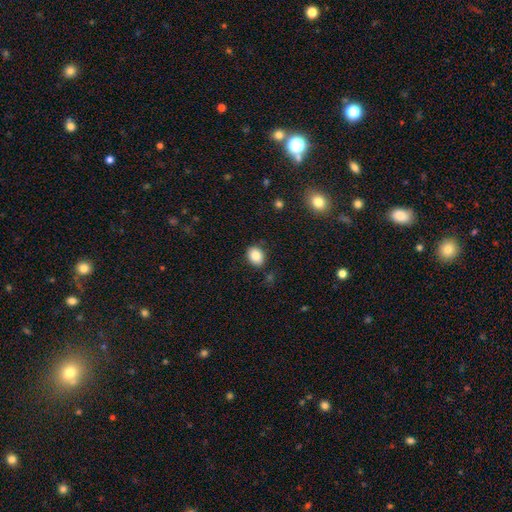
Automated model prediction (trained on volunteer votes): A smooth galaxy with no disk features (86%) that is in between round and cigar-shaped (59%).

Vote fractions:
- Smooth or featured? smooth: 86% / star or artifact: 9% / featured or disk: 5%
- How rounded? in between: 59% / round: 40% / cigar-shaped: 1%
- Merging? none: 84% / minor disturbance: 11% / major disturbance: 3% / merger: 3%